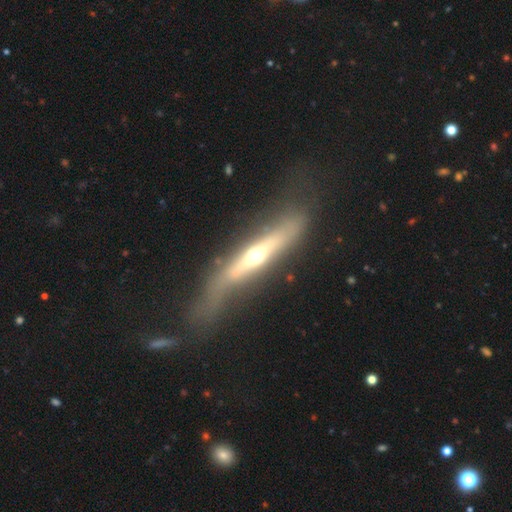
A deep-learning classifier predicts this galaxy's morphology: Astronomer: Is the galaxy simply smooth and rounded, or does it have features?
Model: featured or disk — 68%.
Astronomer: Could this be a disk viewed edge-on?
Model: yes — 79%.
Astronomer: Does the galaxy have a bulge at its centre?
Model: rounded — 84%.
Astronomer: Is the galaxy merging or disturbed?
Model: none — 47% (runner-up: minor disturbance, 26%).